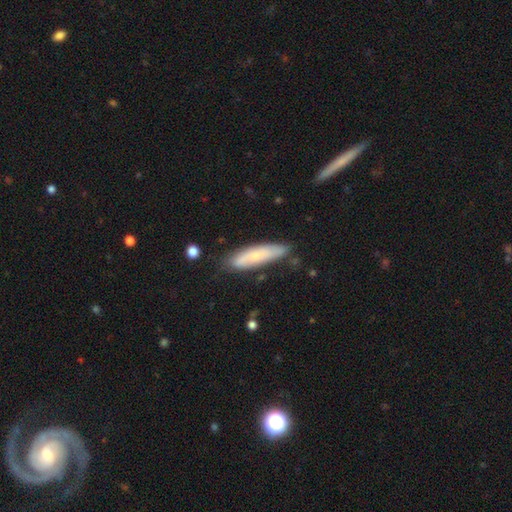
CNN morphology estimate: This appears to be a smooth galaxy with no disk features (60%) that is cigar-shaped (71%). Merging: none (74%).